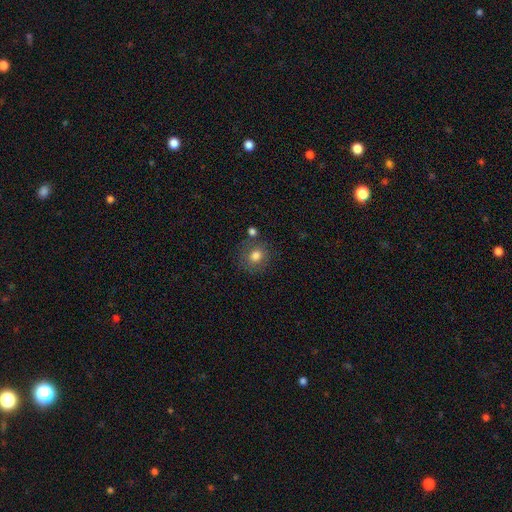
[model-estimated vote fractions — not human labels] This appears to be a smooth galaxy with no disk features (79%) that is round (80%). Merging: none (76%).